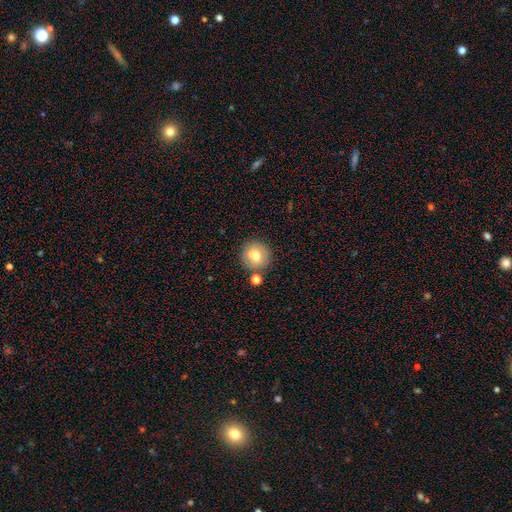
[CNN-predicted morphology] Q: Smooth or featured?
A: smooth (68%); runner-up: featured or disk (21%)
Q: How rounded?
A: round (93%); runner-up: in between (7%)
Q: Merging?
A: none (77%); runner-up: merger (10%)